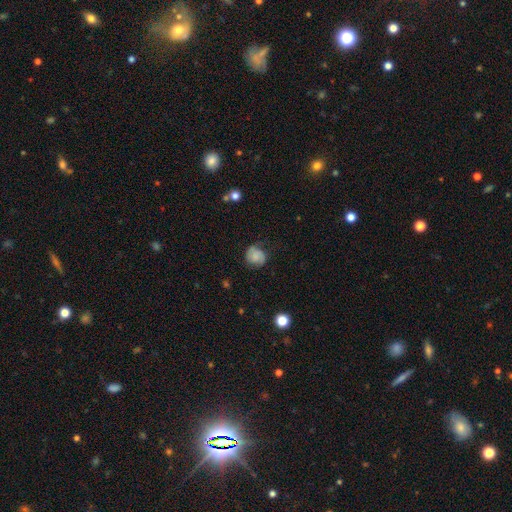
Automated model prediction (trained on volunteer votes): Smooth or featured?
  - smooth: 57% *
  - featured or disk: 33%
  - star or artifact: 10%
How rounded?
  - round: 75% *
  - in between: 24%
  - cigar-shaped: 1%
Merging?
  - none: 62% *
  - minor disturbance: 26%
  - major disturbance: 10%
  - merger: 2%